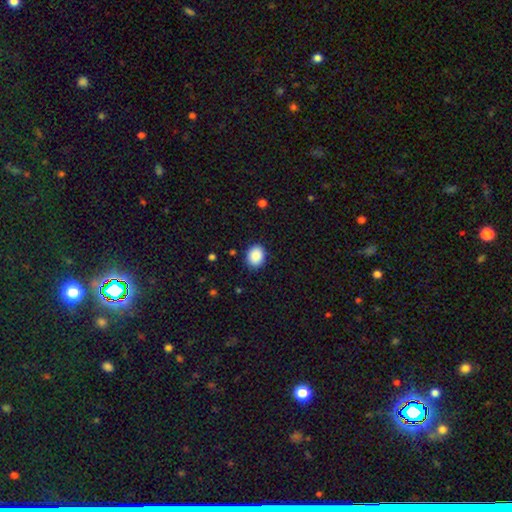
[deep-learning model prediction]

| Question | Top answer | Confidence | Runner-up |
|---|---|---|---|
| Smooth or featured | smooth | 89% | star or artifact (8%) |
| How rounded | in between | 52% | round (47%) |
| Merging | none | 88% | minor disturbance (8%) |